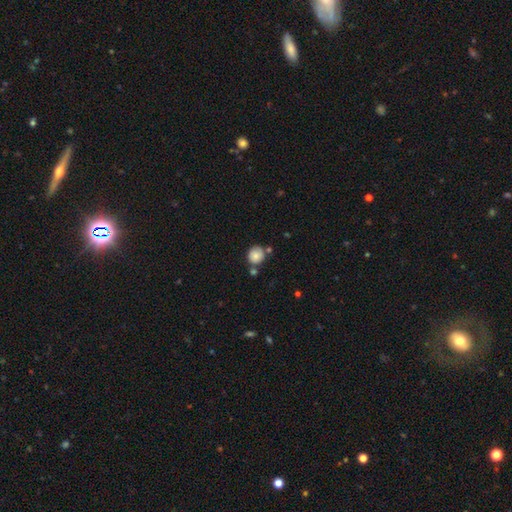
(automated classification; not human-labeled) Smooth or featured: smooth — 79% (featured or disk — 12%)
How rounded: round — 85% (in between — 14%)
Merging: none — 67% (minor disturbance — 16%)